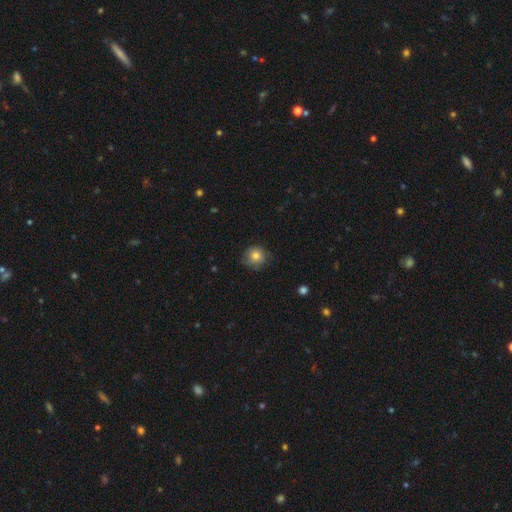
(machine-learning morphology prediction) This is clearly a smooth galaxy (81%). How rounded: clearly round (90%). Merging: likely none (74%).